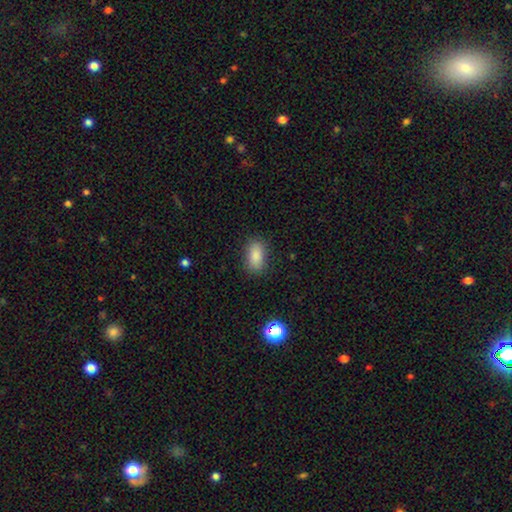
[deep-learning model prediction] Smooth or featured? Predicted: smooth (p=0.86). How rounded? Predicted: in between (p=0.89). Merging? Predicted: none (p=0.86).